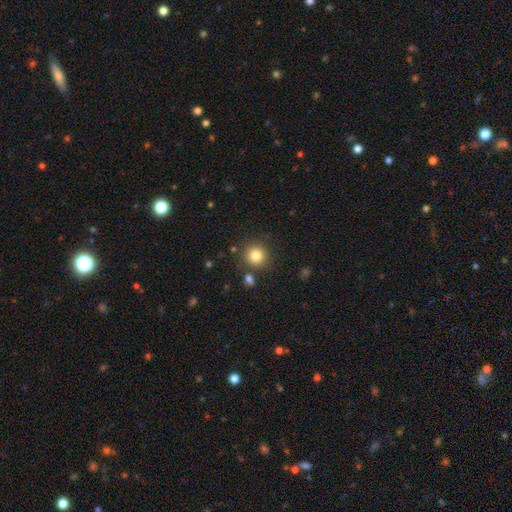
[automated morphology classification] The model was most divided on "smooth or featured": smooth: 82%, star or artifact: 11%, featured or disk: 6%. More confident: how rounded — round (93%); merging — none (83%).